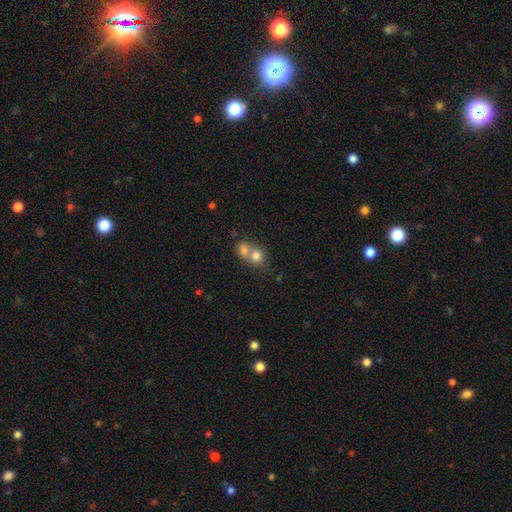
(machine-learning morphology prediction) A smooth galaxy with no disk features (76%) that is round (69%). Merging: merger (68%).